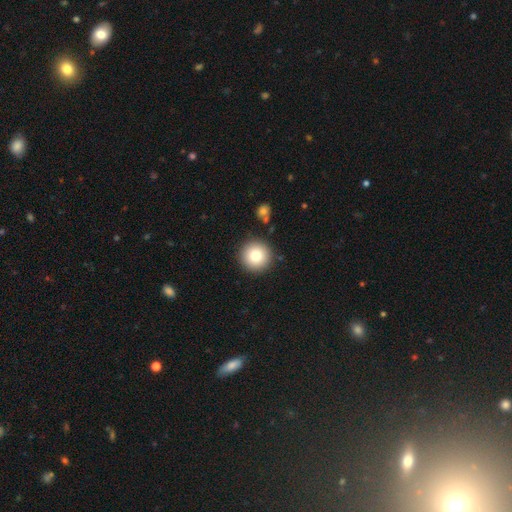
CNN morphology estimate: Smooth or featured?
  - smooth: 80% *
  - star or artifact: 10%
  - featured or disk: 10%
How rounded?
  - round: 96% *
  - in between: 3%
  - cigar-shaped: 1%
Merging?
  - none: 89% *
  - minor disturbance: 6%
  - merger: 2%
  - major disturbance: 2%